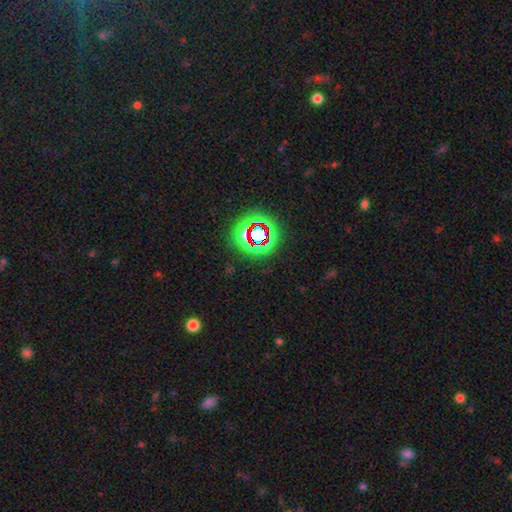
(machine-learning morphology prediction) star or artifact 76%, smooth 14%, featured or disk 10%.